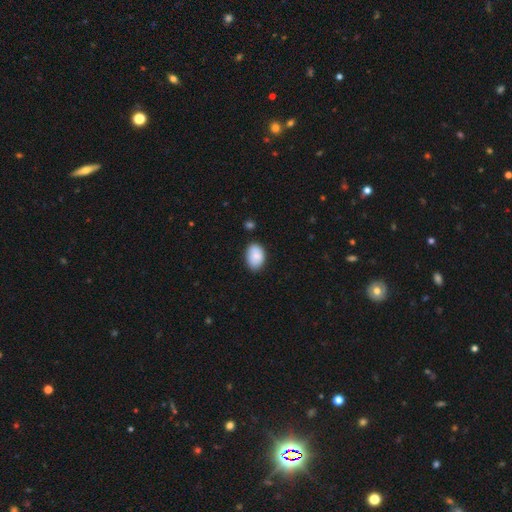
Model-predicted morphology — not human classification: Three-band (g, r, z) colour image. It shows a smooth galaxy with no disk features (86%) that is in between round and cigar-shaped (86%). Merging: none (80%).